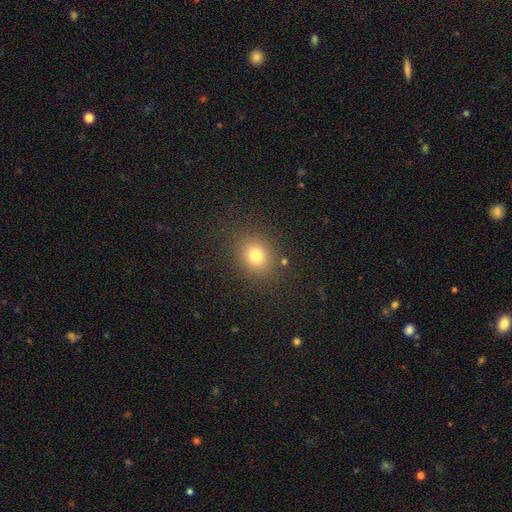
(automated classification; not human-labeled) A smooth galaxy with no disk features (77%) that is round (67%).

Vote fractions:
- Smooth or featured? smooth: 77% / star or artifact: 15% / featured or disk: 8%
- How rounded? round: 67% / in between: 32% / cigar-shaped: 1%
- Merging? none: 84% / minor disturbance: 10% / major disturbance: 4% / merger: 2%